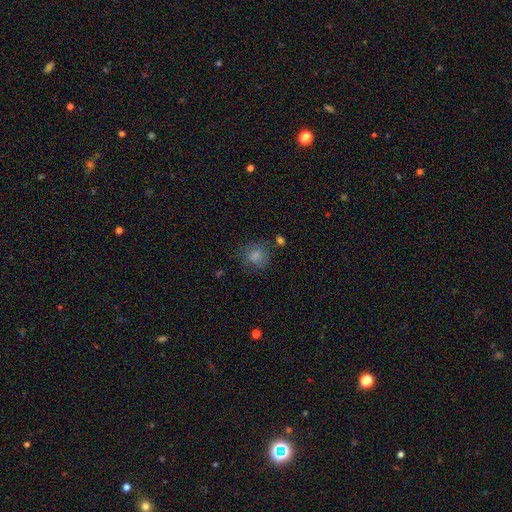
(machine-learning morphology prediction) This is likely a smooth galaxy (79%). How rounded: likely round (79%). Merging: likely none (70%).